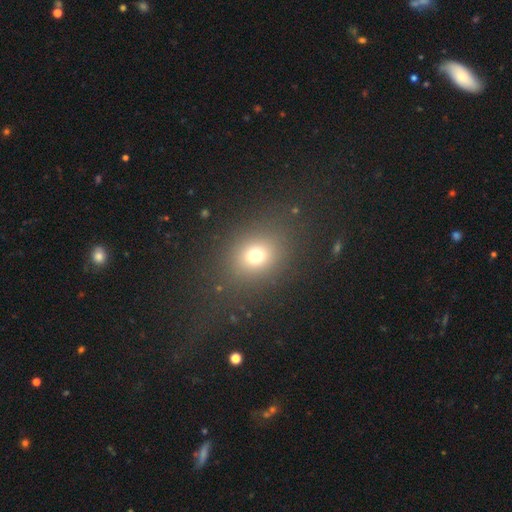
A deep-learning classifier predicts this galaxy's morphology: This is likely a smooth galaxy (71%). How rounded: likely round (69%). Merging: clearly none (84%).